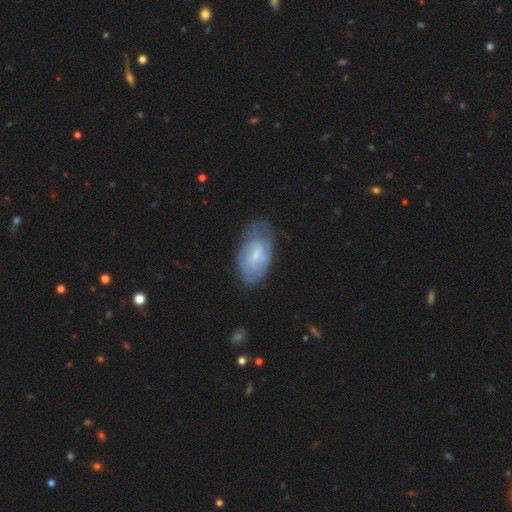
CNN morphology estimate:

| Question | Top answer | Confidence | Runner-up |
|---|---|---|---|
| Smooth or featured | featured or disk | 53% | smooth (40%) |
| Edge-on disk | no | 94% | yes (6%) |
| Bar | weak | 51% | no (40%) |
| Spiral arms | yes | 67% | no (33%) |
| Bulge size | small | 54% | moderate (31%) |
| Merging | none | 62% | minor disturbance (27%) |